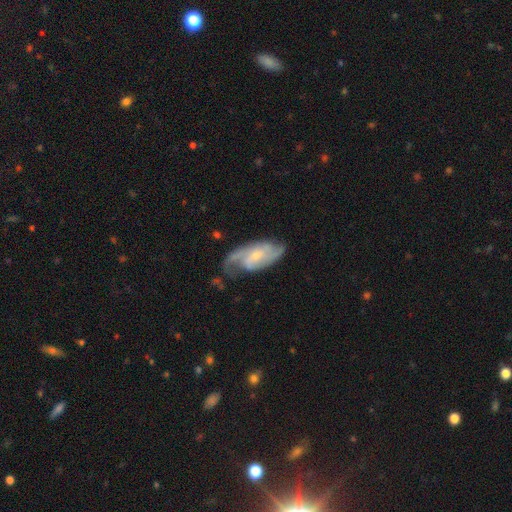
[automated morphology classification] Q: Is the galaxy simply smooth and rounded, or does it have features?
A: featured or disk — 80%.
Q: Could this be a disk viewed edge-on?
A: no — 95%.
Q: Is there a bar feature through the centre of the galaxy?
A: no — 50%.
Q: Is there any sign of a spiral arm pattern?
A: yes — 94%.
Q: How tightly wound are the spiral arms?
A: medium — 46%.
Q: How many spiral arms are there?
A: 2 — 65%.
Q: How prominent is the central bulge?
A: small — 65%.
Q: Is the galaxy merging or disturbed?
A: none — 57%.